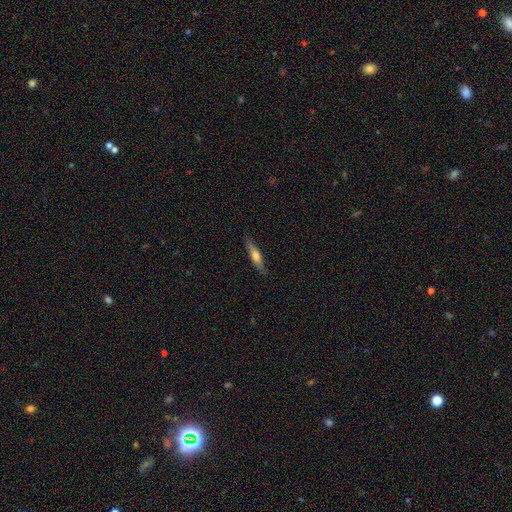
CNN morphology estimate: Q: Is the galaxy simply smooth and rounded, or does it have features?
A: smooth — 53%.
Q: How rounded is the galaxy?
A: cigar-shaped — 80%.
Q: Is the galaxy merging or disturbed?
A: none — 84%.